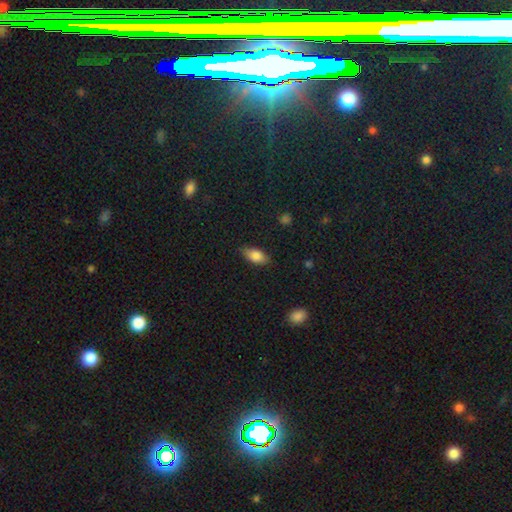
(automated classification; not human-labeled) This is clearly a smooth galaxy (82%). How rounded: clearly in between (89%). Merging: clearly none (82%).